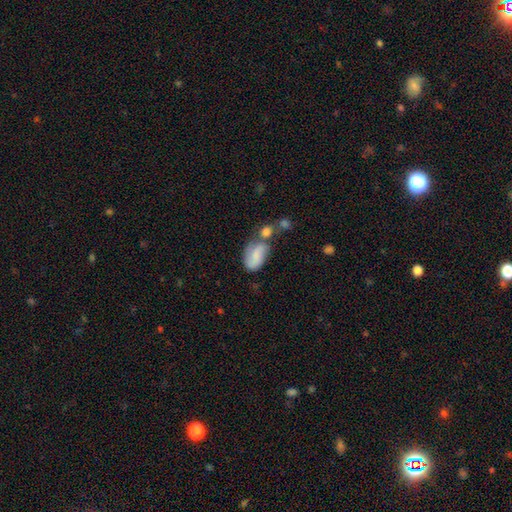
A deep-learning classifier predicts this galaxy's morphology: This is likely a smooth galaxy (64%). How rounded: clearly in between (89%). Merging: marginally merger (35%).